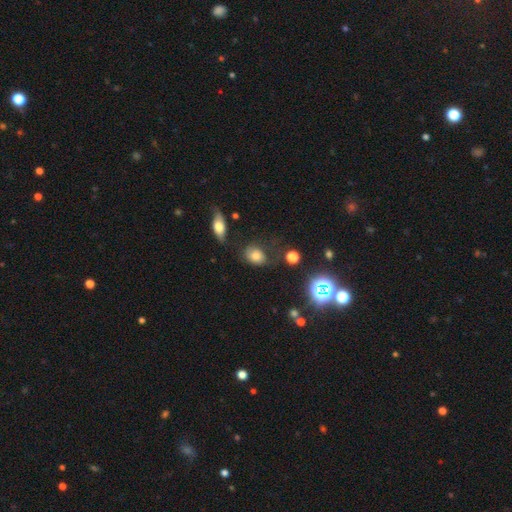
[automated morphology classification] Smooth or featured? smooth (74%)
How rounded? in between (59%)
Merging? none (59%)